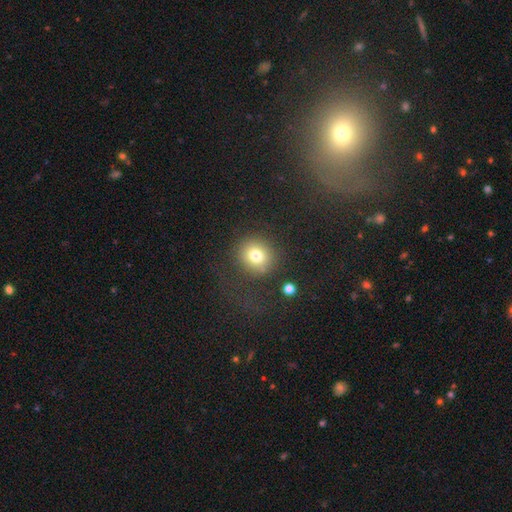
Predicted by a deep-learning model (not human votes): Morphology: type=smooth (77%); roundness=round (86%); merging=none (76%).